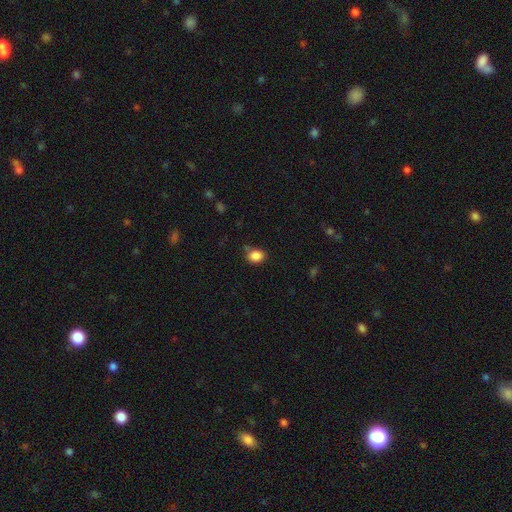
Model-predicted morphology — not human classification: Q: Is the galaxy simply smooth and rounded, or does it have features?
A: smooth — 86%.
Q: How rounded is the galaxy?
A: in between — 61%.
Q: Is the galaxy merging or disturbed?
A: none — 73%.